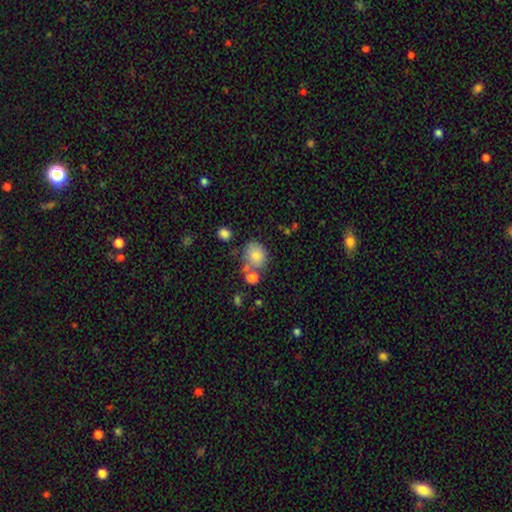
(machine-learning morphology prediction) Smooth or featured? smooth (77%)
How rounded? round (60%)
Merging? none (57%)